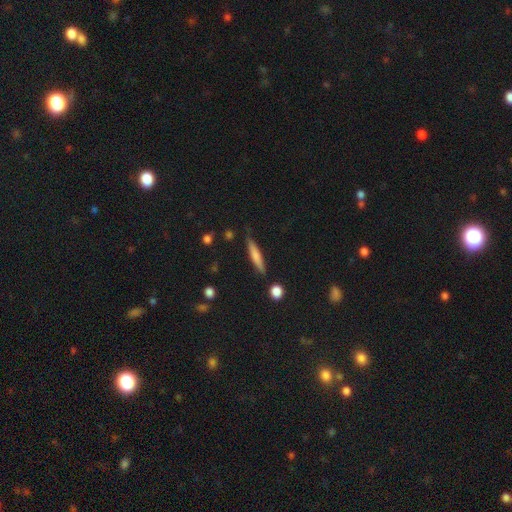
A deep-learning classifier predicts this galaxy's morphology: This appears to be a smooth galaxy with no disk features (65%) that is cigar-shaped (90%). Merging: none (82%).